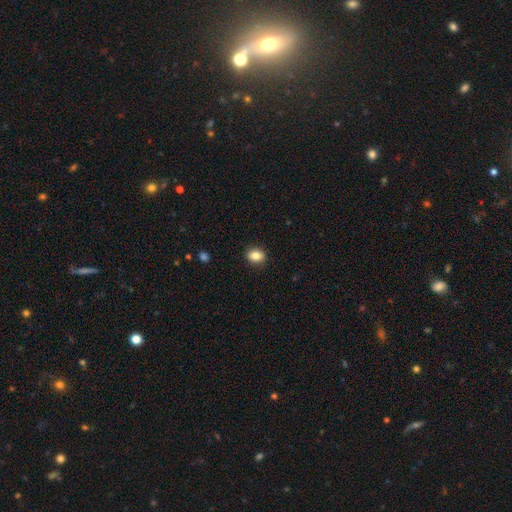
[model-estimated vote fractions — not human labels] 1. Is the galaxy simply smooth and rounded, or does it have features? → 85% smooth, 9% star or artifact, 6% featured or disk.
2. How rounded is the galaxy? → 58% in between, 41% round, 1% cigar-shaped.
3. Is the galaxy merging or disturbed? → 88% none, 9% minor disturbance, 2% major disturbance, 1% merger.